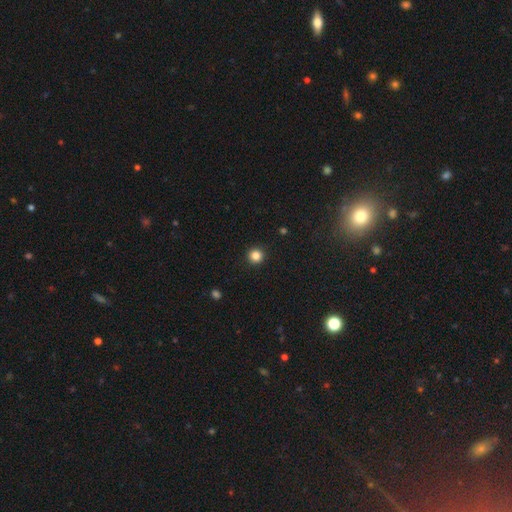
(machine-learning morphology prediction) smooth_or_featured: smooth (p=0.84) [alt: star or artifact p=0.12]
how_rounded: round (p=0.96) [alt: in between p=0.03]
merging: none (p=0.93) [alt: minor disturbance p=0.05]